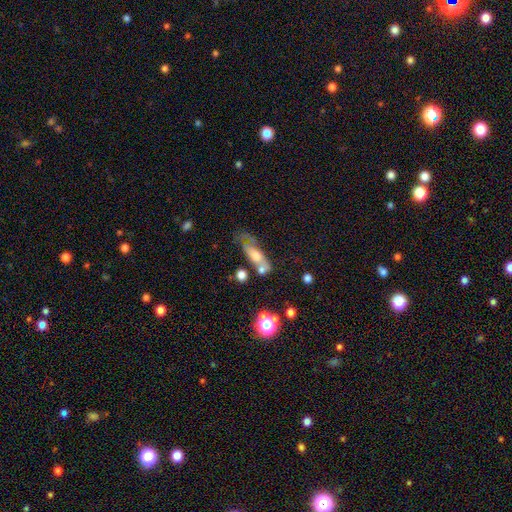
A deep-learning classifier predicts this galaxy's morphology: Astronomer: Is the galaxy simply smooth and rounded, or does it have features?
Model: featured or disk — 43%, tied with smooth at 43%.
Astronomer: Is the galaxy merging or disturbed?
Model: none — 35% (runner-up: major disturbance, 24%).